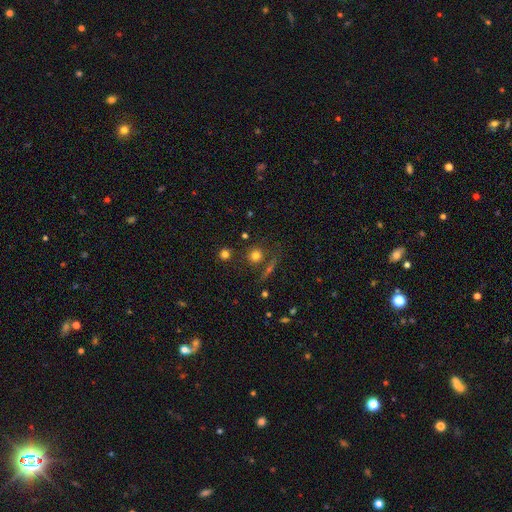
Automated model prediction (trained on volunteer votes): A smooth galaxy with no disk features (72%) that is round (88%). Merging: none (73%).